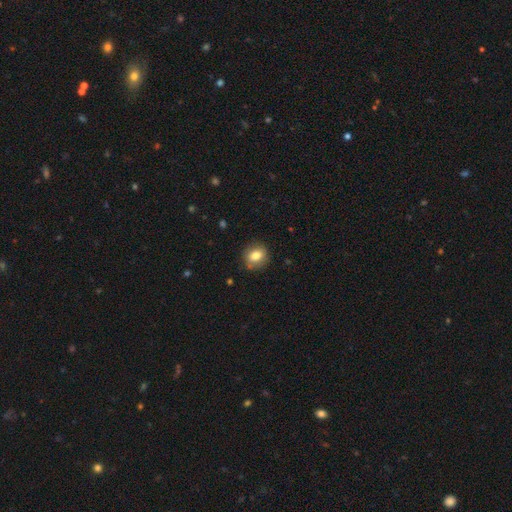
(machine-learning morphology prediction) Smooth or featured: smooth — 79% (featured or disk — 12%)
How rounded: round — 68% (in between — 31%)
Merging: none — 82% (minor disturbance — 14%)